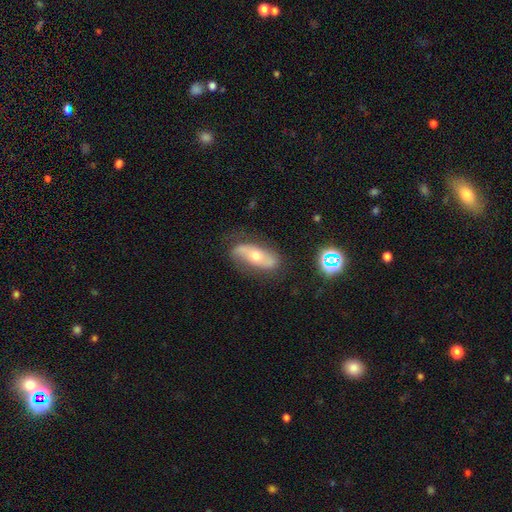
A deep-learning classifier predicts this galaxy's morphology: type=featured or disk (58%); edge-on=no (79%); merging=none (70%).